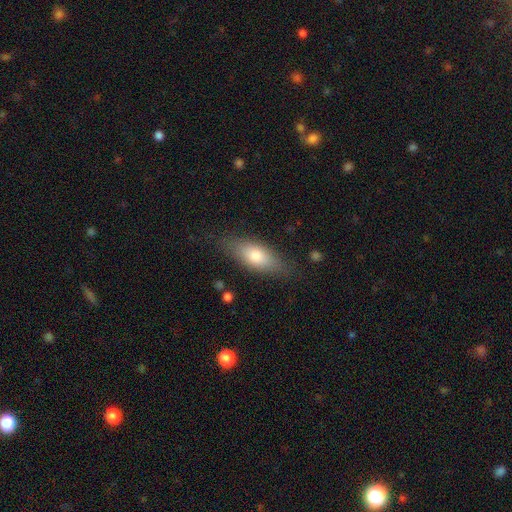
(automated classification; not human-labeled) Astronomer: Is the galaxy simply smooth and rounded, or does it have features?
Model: smooth — 73%.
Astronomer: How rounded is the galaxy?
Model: in between — 74%.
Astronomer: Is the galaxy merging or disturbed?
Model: none — 79%.